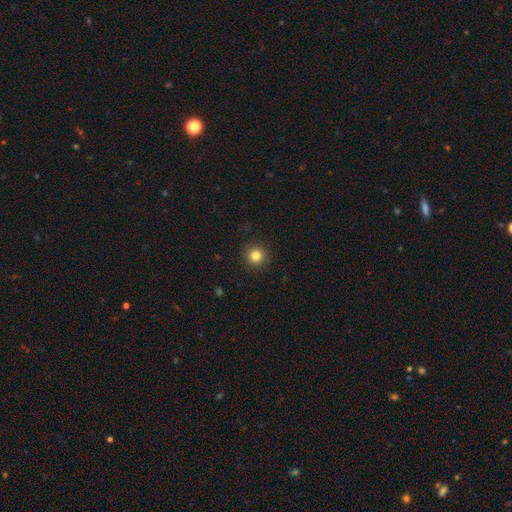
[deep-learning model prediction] Morphology: type=smooth (83%); roundness=round (95%); merging=none (92%).